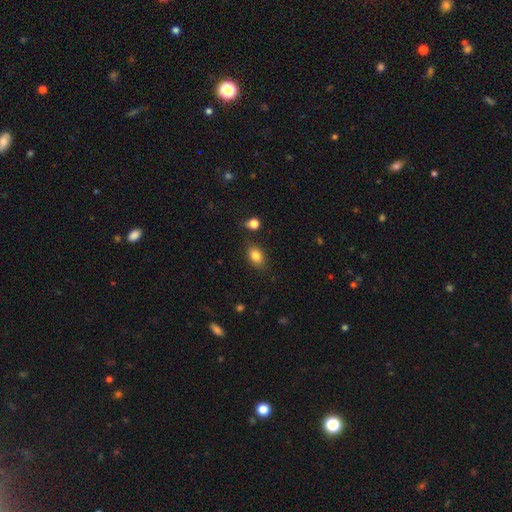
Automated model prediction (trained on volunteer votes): A smooth galaxy with no disk features (82%) that is in between round and cigar-shaped (74%). Merging: none (80%).